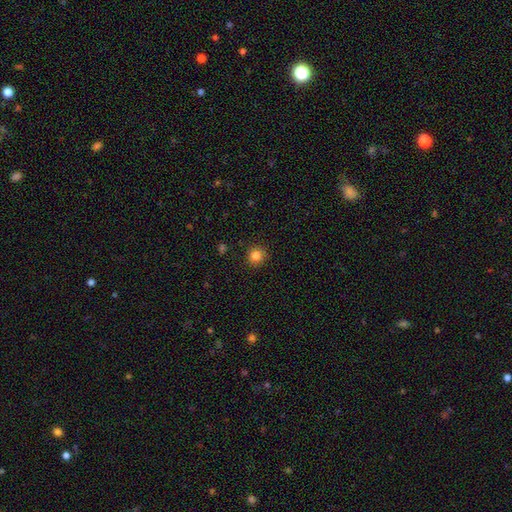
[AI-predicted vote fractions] Smooth or featured? smooth (84%)
How rounded? round (93%)
Merging? none (90%)